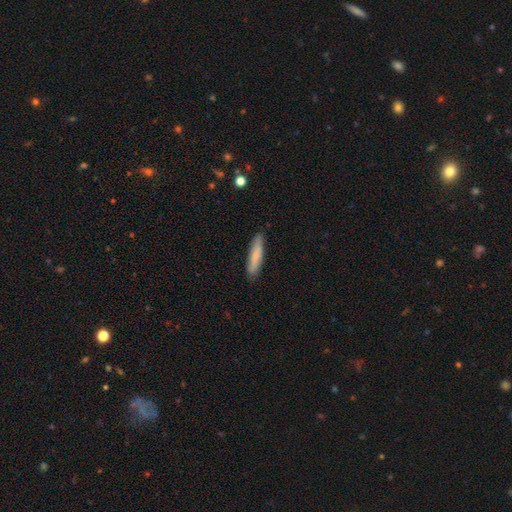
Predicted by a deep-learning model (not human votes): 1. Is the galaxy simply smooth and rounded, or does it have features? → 74% smooth, 20% featured or disk, 6% star or artifact.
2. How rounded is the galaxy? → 85% cigar-shaped, 14% in between, 1% round.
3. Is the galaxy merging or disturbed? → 86% none, 11% minor disturbance, 2% major disturbance, 1% merger.